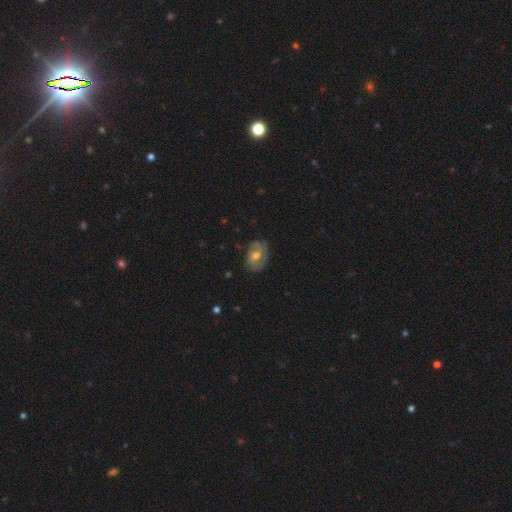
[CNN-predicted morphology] smooth_or_featured: featured or disk (p=0.55) [alt: smooth p=0.36]
disk_edge_on: no (p=0.95) [alt: yes p=0.05]
bar: no (p=0.63) [alt: weak p=0.31]
has_spiral_arms: yes (p=0.74) [alt: no p=0.26]
bulge_size: moderate (p=0.72) [alt: small p=0.16]
merging: none (p=0.70) [alt: minor disturbance p=0.22]